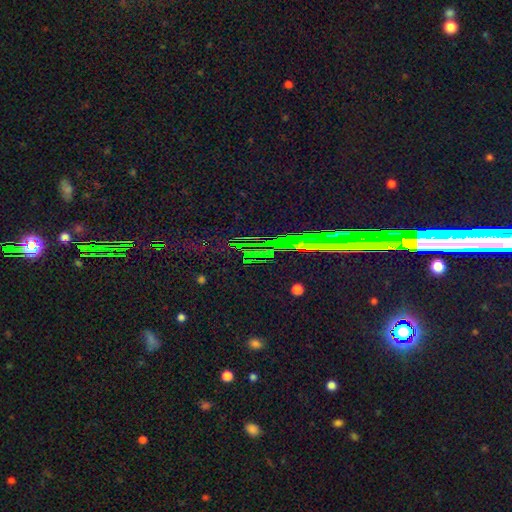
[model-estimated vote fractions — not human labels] Morphology: type=star or artifact (75%).